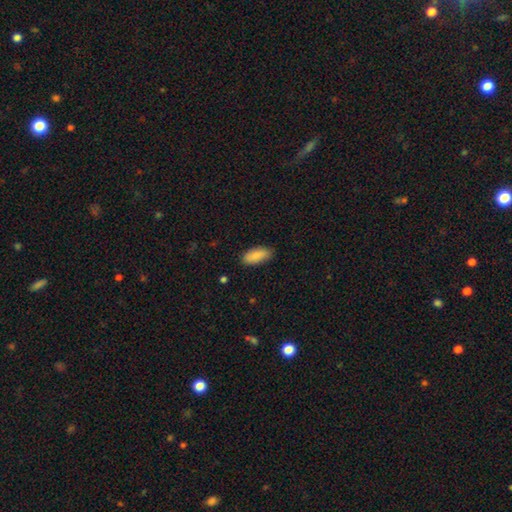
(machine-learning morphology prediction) The model was most divided on "merging": none: 85%, minor disturbance: 12%, major disturbance: 2%, merger: 1%. More confident: how rounded — in between (86%); smooth or featured — smooth (86%).